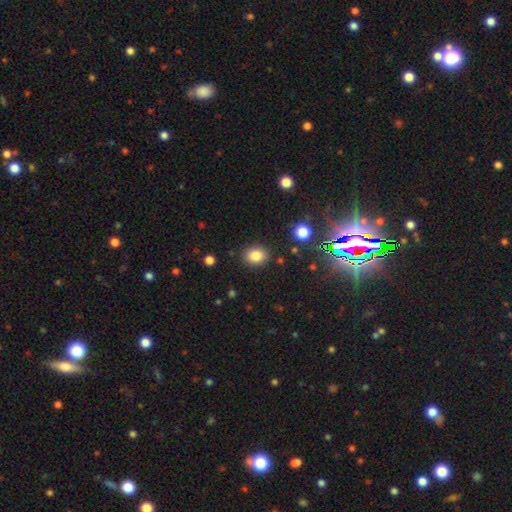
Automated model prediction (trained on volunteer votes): This is clearly a smooth galaxy (83%). How rounded: possibly round (56%). Merging: clearly none (86%).